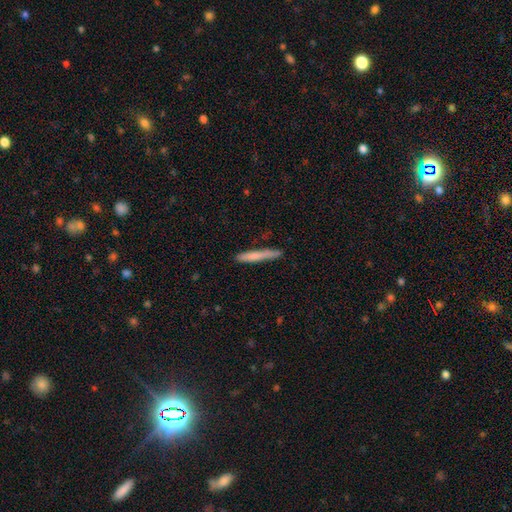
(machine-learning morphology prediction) This appears to be a smooth galaxy with no disk features (71%) that is cigar-shaped (95%). Merging: none (81%).